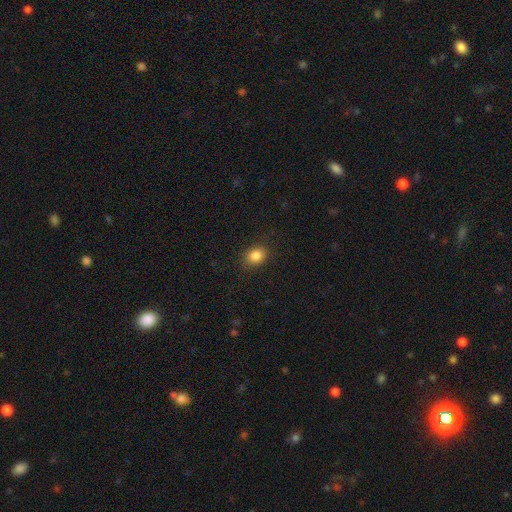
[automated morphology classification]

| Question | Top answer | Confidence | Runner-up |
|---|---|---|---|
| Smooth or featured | smooth | 86% | star or artifact (10%) |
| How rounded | in between | 54% | round (45%) |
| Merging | none | 87% | minor disturbance (9%) |